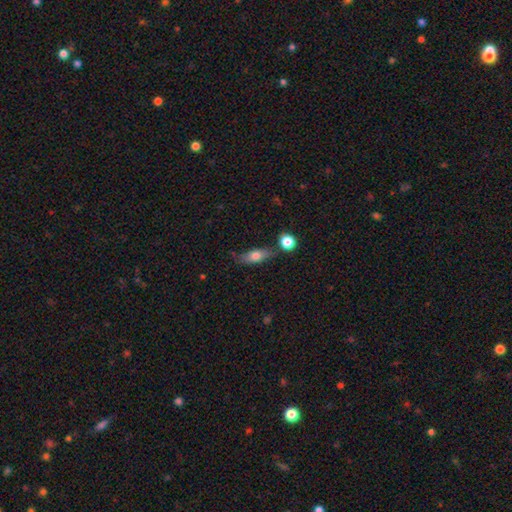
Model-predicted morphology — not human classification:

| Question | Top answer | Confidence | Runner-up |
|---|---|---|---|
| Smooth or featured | smooth | 70% | featured or disk (22%) |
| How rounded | in between | 69% | cigar-shaped (25%) |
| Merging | none | 68% | minor disturbance (17%) |